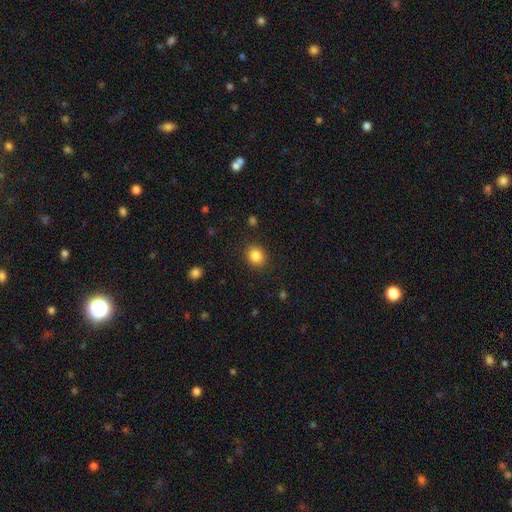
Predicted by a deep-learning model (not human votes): smooth 85%, star or artifact 10%, featured or disk 5%. Down the decision tree: how rounded — round (73%); merging — none (89%).